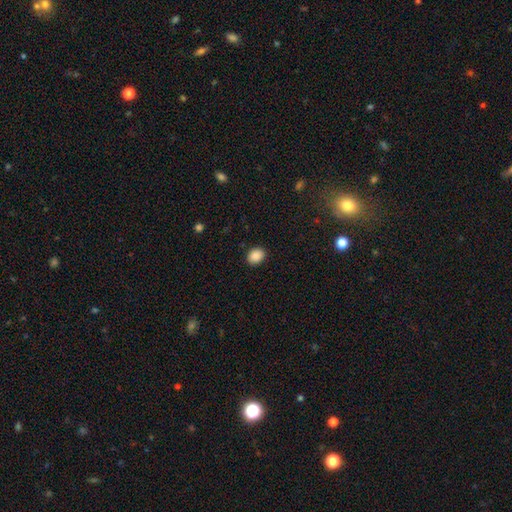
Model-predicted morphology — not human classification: A smooth galaxy with no disk features (89%) that is in between round and cigar-shaped (53%). Merging: none (90%).